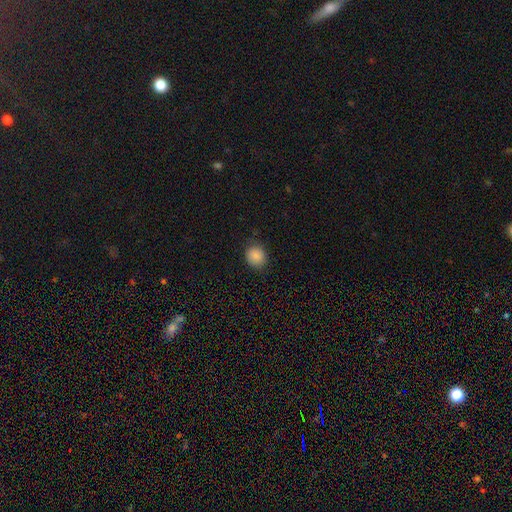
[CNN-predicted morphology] A smooth galaxy with no disk features (88%) that is round (77%). Merging: none (84%).